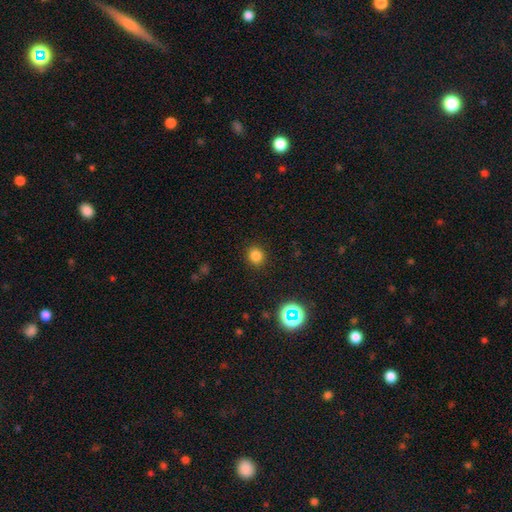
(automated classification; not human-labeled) smooth_or_featured: smooth (p=0.81) [alt: star or artifact p=0.15]
how_rounded: round (p=0.89) [alt: in between p=0.10]
merging: none (p=0.91) [alt: minor disturbance p=0.06]